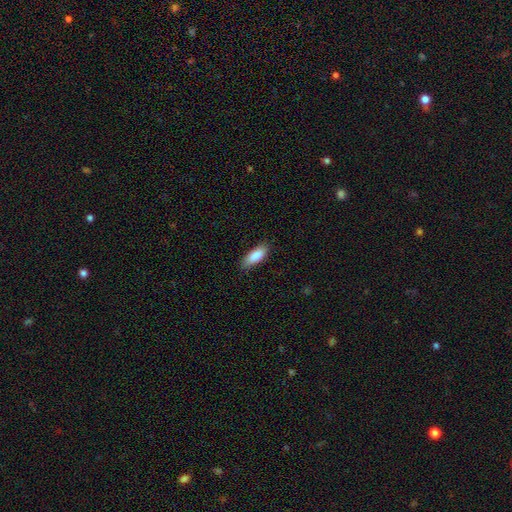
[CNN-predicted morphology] A smooth galaxy with no disk features (86%) that is in between round and cigar-shaped (70%). Merging: none (83%).